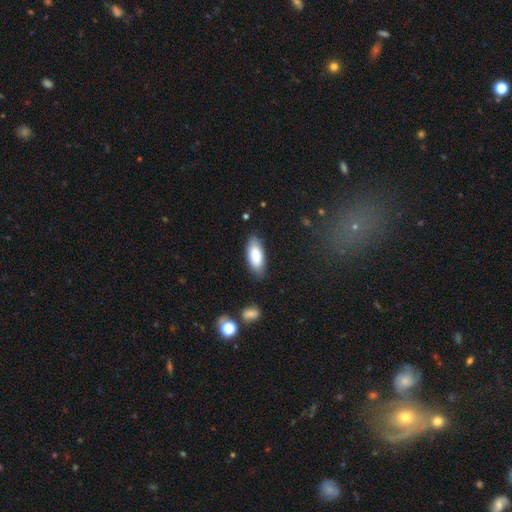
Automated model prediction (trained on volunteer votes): Overall: smooth (85%). How rounded: in between (82%). Merging: none (81%).